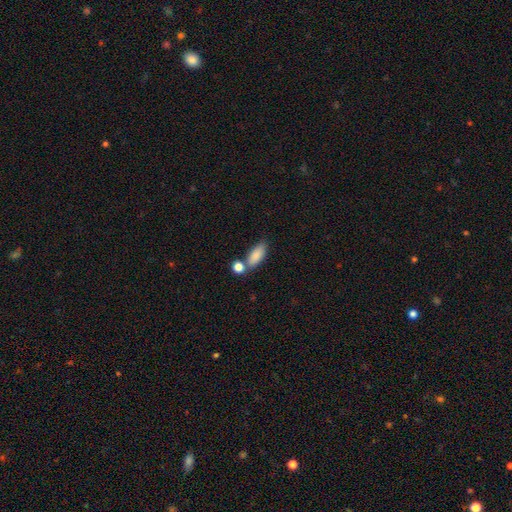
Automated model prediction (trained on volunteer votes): This is clearly a smooth galaxy (85%). How rounded: likely in between (79%). Merging: possibly none (58%).